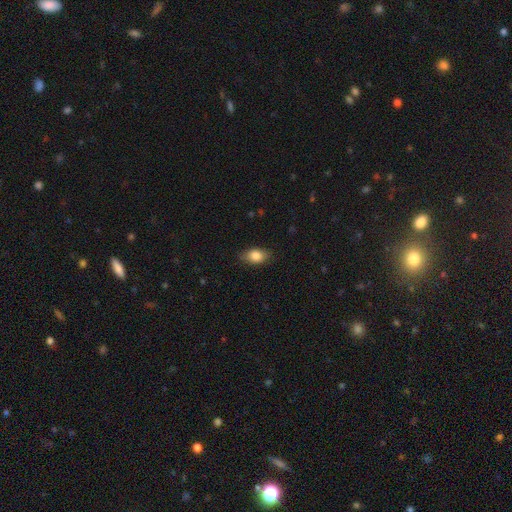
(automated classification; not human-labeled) smooth-or-featured: smooth: 84% | featured or disk: 8% | star or artifact: 8%
  how-rounded: in between: 83% | round: 14% | cigar-shaped: 2%
  merging: none: 82% | minor disturbance: 14% | major disturbance: 3% | merger: 1%